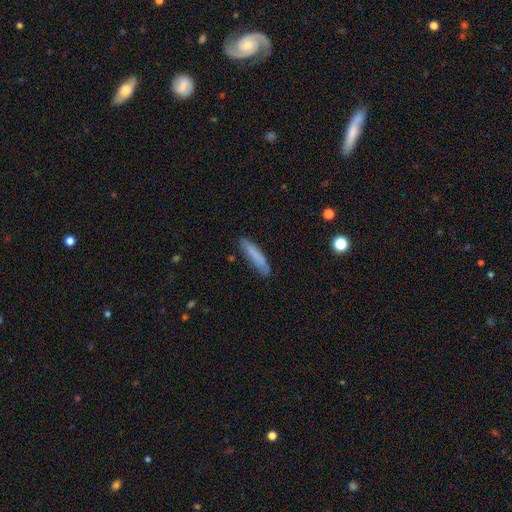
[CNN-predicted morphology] The model was most divided on "merging": none: 78%, minor disturbance: 17%, major disturbance: 3%, merger: 2%. More confident: how rounded — cigar-shaped (84%); smooth or featured — smooth (78%).